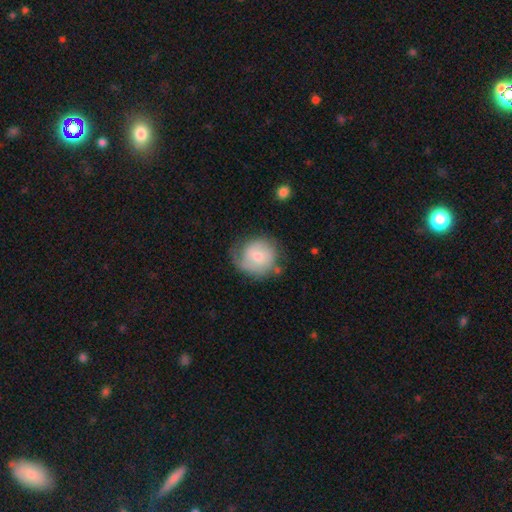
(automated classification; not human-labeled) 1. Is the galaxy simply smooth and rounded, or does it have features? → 47% smooth, 46% featured or disk, 6% star or artifact.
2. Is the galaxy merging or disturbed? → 55% none, 28% minor disturbance, 14% major disturbance, 3% merger.